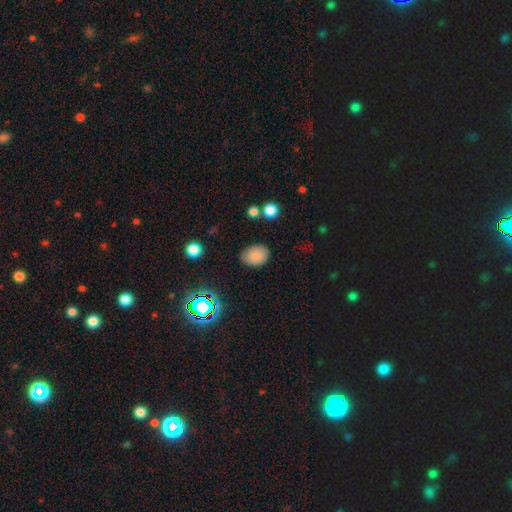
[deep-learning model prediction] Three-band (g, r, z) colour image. It shows a smooth galaxy with no disk features (82%) that is in between round and cigar-shaped (71%). Merging: none (81%).